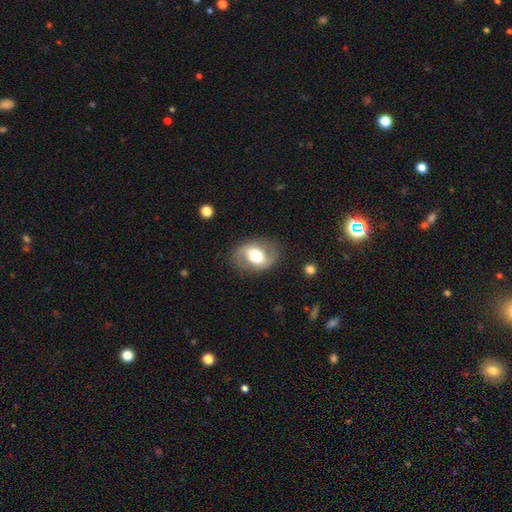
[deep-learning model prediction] A featured or disk galaxy (61%) with no bar (44%), spiral arms (72%) and a moderate central bulge (50%). Merging: none (79%).